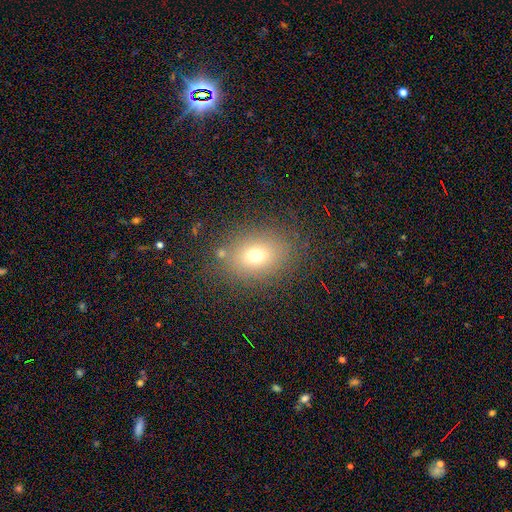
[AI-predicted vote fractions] The model was most divided on "how rounded": in between: 57%, round: 41%, cigar-shaped: 1%. More confident: merging — none (80%); smooth or featured — smooth (69%).